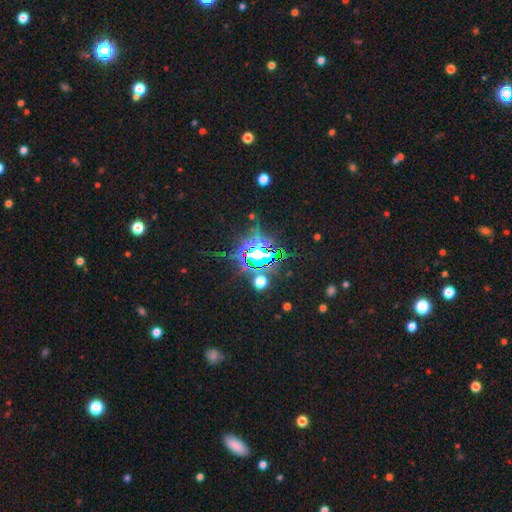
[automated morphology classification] This is likely a star or artifact rather than a galaxy (74%).